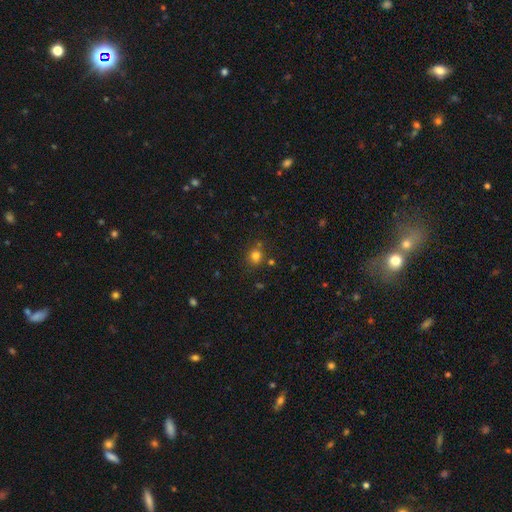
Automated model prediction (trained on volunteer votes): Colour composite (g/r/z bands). It shows a smooth galaxy with no disk features (78%) that is round (77%). Merging: none (75%).